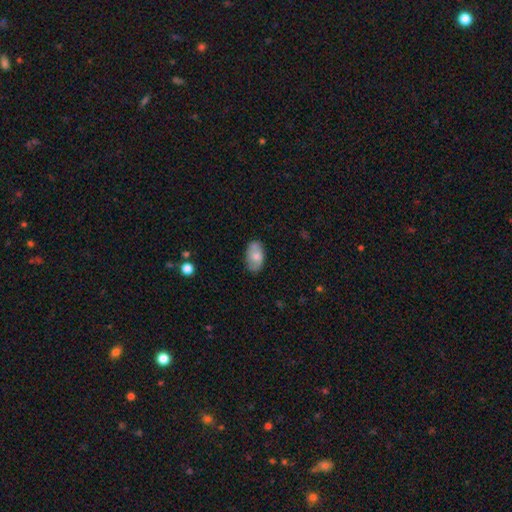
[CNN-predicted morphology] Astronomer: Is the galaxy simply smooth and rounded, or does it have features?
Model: smooth — 66%.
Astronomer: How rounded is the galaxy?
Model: in between — 92%.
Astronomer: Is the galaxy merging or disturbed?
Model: none — 77%.